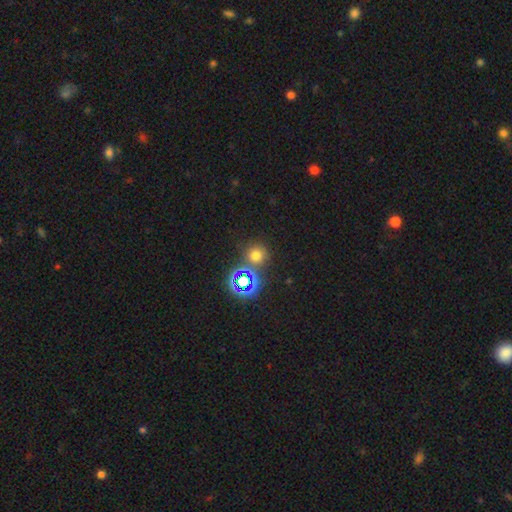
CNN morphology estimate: Smooth or featured?
  - smooth: 60% *
  - star or artifact: 32%
  - featured or disk: 8%
How rounded?
  - round: 90% *
  - in between: 9%
  - cigar-shaped: 1%
Merging?
  - none: 74% *
  - merger: 13%
  - minor disturbance: 9%
  - major disturbance: 4%